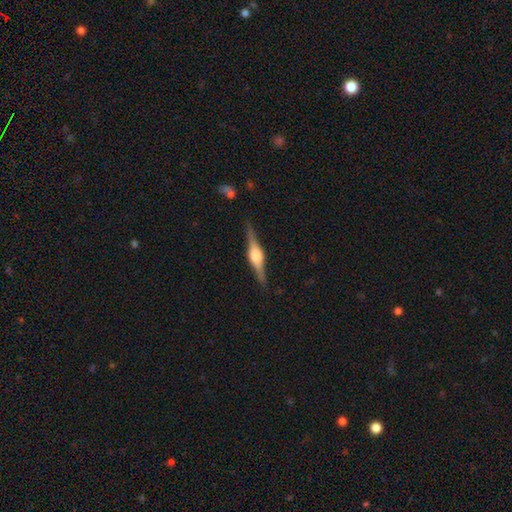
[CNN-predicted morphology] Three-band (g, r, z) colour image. It shows a featured or disk galaxy (83%) viewed edge-on (98%) with a rounded central bulge (84%). Merging: none (88%).